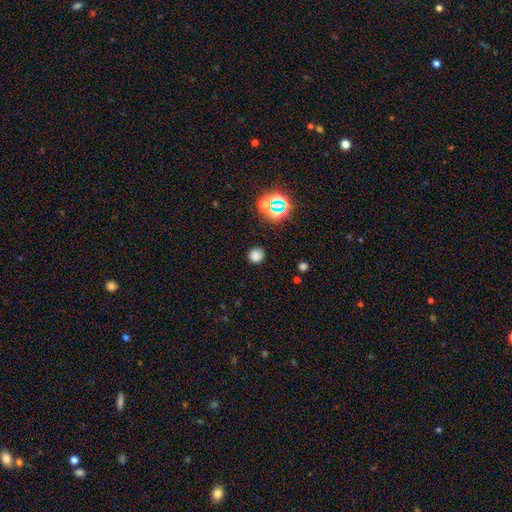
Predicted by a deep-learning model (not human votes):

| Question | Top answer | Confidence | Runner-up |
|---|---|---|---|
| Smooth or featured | smooth | 76% | star or artifact (19%) |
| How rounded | round | 91% | in between (8%) |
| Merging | none | 88% | minor disturbance (7%) |